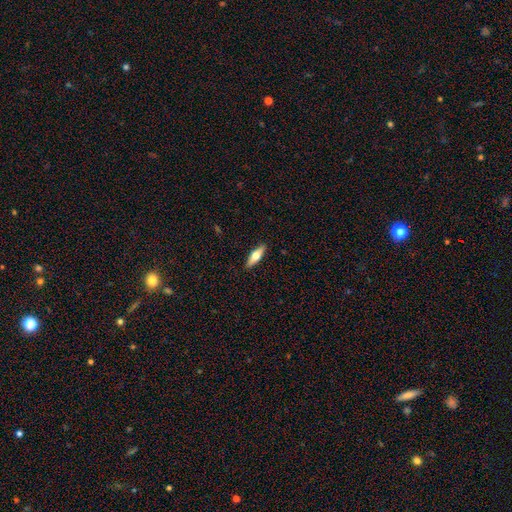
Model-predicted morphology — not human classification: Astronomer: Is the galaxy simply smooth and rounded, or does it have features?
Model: smooth — 55% (runner-up: featured or disk, 39%).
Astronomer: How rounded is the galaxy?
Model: cigar-shaped — 53% (runner-up: in between, 44%).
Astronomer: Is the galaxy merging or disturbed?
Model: none — 90%.